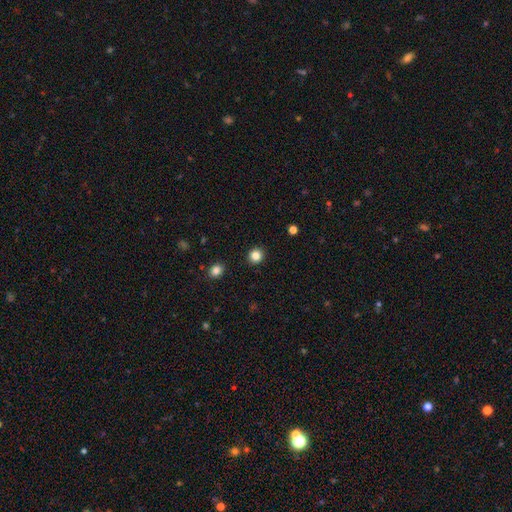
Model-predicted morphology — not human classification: Smooth or featured?
  - smooth: 83% *
  - star or artifact: 12%
  - featured or disk: 5%
How rounded?
  - round: 86% *
  - in between: 14%
  - cigar-shaped: 1%
Merging?
  - none: 92% *
  - minor disturbance: 5%
  - major disturbance: 2%
  - merger: 1%